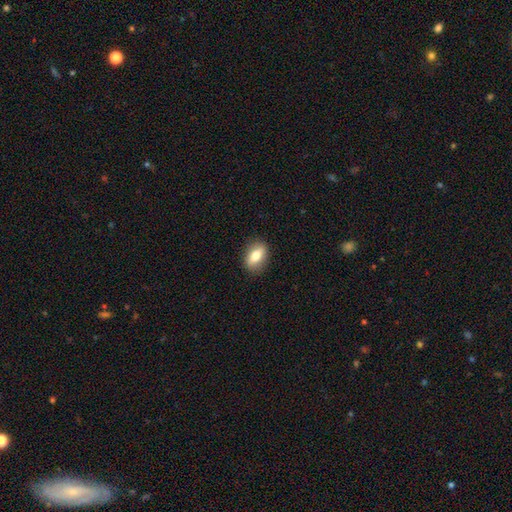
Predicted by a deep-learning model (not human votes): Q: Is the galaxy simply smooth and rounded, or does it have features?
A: smooth — 73%.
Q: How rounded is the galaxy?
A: in between — 82%.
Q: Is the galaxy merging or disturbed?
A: none — 87%.